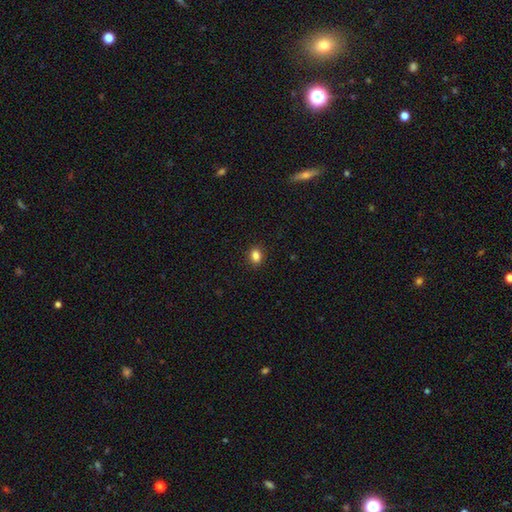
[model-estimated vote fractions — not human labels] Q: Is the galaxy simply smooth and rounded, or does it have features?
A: smooth — 85%.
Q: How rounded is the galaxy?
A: in between — 60%.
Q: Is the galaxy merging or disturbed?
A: none — 90%.